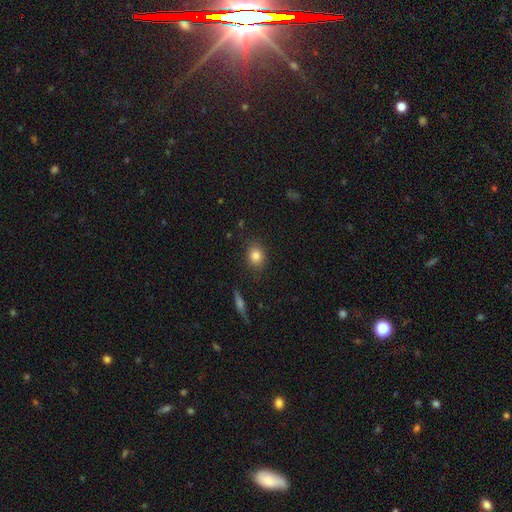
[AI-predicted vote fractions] smooth-or-featured: smooth: 83% | star or artifact: 10% | featured or disk: 7%
  how-rounded: round: 58% | in between: 40% | cigar-shaped: 2%
  merging: none: 85% | minor disturbance: 11% | major disturbance: 3% | merger: 2%